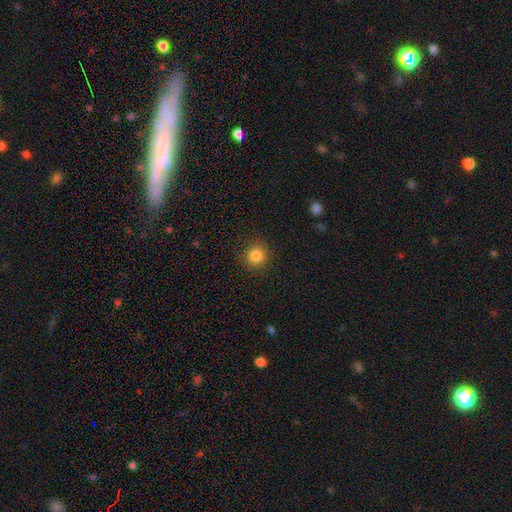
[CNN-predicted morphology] A smooth galaxy with no disk features (83%) that is round (93%). Merging: none (90%).